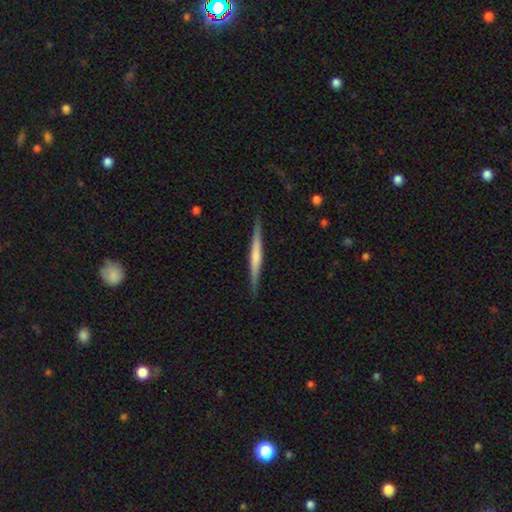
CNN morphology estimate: type=featured or disk (55%); edge-on=yes (98%); edge-on bulge=none (50%); merging=none (90%).